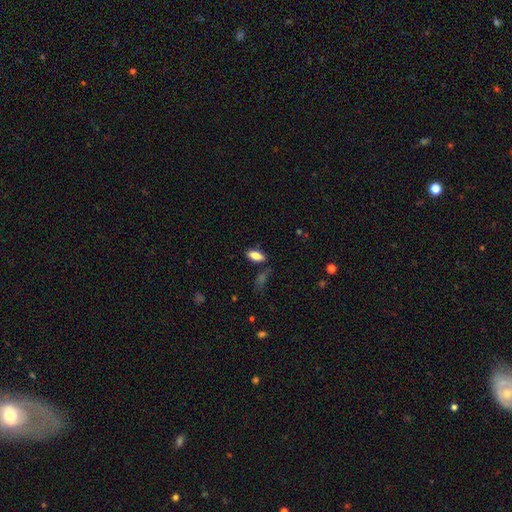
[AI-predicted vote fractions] Smooth or featured? smooth (81%)
How rounded? in between (84%)
Merging? none (79%)